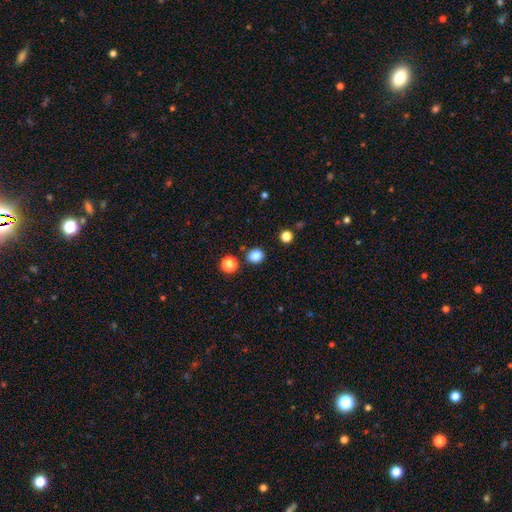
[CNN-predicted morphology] Smooth or featured: smooth — 83% (star or artifact — 13%)
How rounded: round — 77% (in between — 23%)
Merging: none — 87% (minor disturbance — 7%)